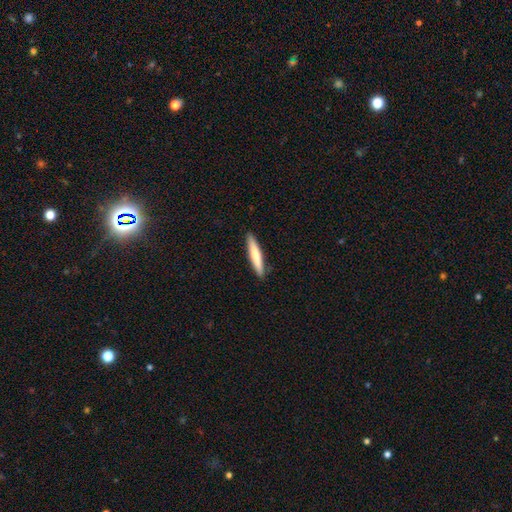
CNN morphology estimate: Smooth or featured? smooth (71%)
How rounded? cigar-shaped (92%)
Merging? none (90%)